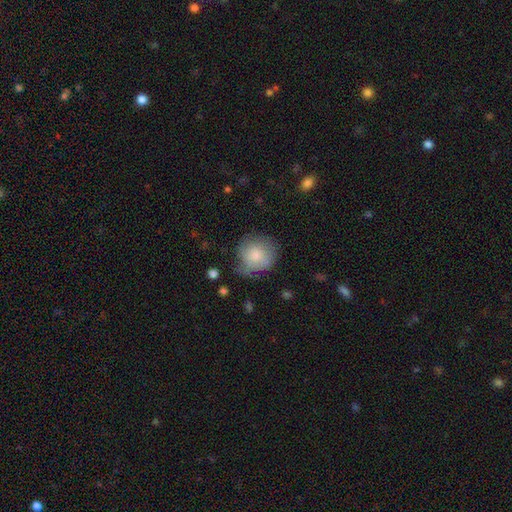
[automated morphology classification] A smooth galaxy with no disk features (77%) that is round (86%).

Vote fractions:
- Smooth or featured? smooth: 77% / featured or disk: 16% / star or artifact: 7%
- How rounded? round: 86% / in between: 13% / cigar-shaped: 1%
- Merging? none: 52% / minor disturbance: 32% / major disturbance: 13% / merger: 3%